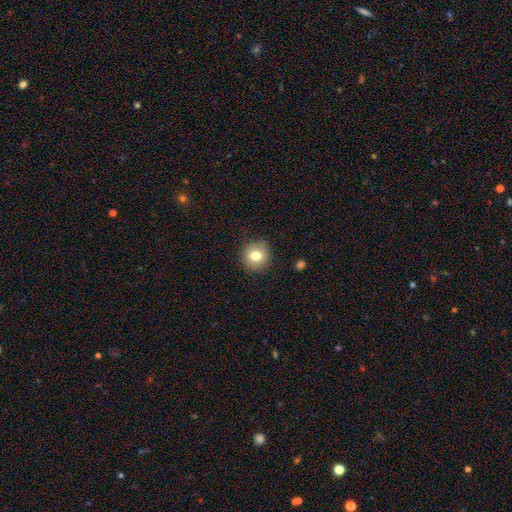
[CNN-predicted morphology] This is clearly a smooth galaxy (80%). How rounded: clearly round (87%). Merging: clearly none (89%).